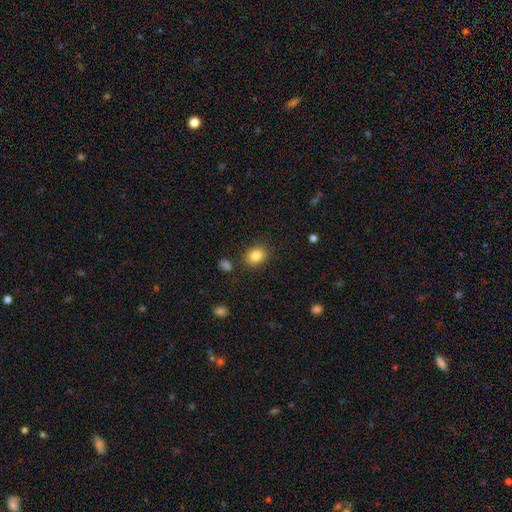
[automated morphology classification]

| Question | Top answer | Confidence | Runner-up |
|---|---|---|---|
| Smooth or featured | smooth | 84% | star or artifact (10%) |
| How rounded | round | 52% | in between (47%) |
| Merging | none | 85% | minor disturbance (10%) |